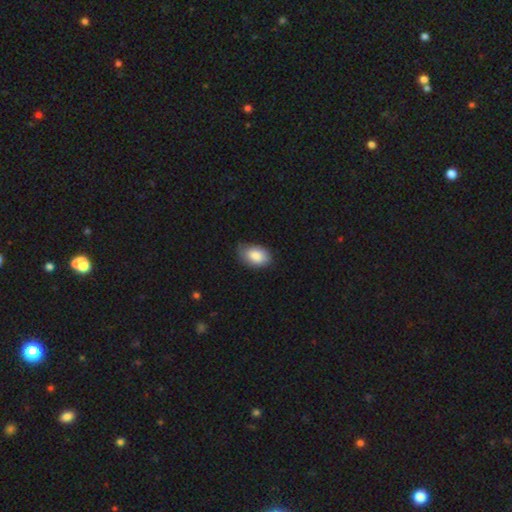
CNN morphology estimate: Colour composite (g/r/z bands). It shows a smooth galaxy with no disk features (85%) that is in between round and cigar-shaped (90%). Merging: none (68%).